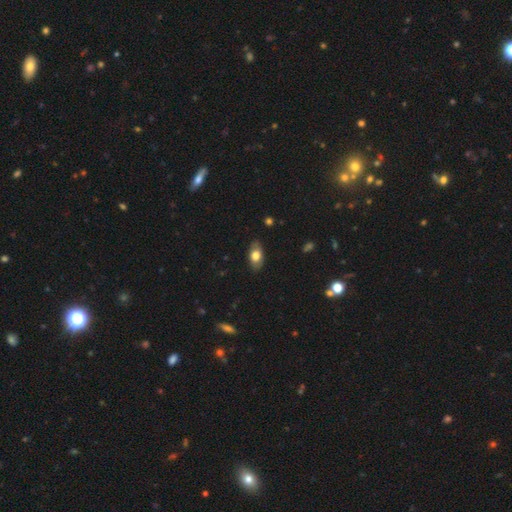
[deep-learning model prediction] A smooth galaxy with no disk features (73%) that is in between round and cigar-shaped (91%).

Vote fractions:
- Smooth or featured? smooth: 73% / featured or disk: 20% / star or artifact: 7%
- How rounded? in between: 91% / round: 6% / cigar-shaped: 3%
- Merging? none: 84% / minor disturbance: 13% / major disturbance: 2% / merger: 1%